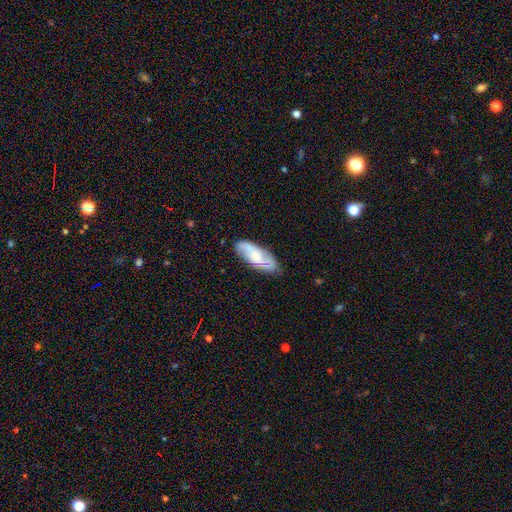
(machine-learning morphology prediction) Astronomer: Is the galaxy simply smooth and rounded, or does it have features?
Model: featured or disk — 57% (runner-up: smooth, 36%).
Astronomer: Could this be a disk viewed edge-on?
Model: no — 89%.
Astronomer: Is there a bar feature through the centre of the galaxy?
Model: no — 65%.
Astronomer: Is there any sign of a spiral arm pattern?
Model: yes — 86%.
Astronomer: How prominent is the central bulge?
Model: moderate — 43% (runner-up: small, 41%).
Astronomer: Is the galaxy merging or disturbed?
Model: none — 77%.